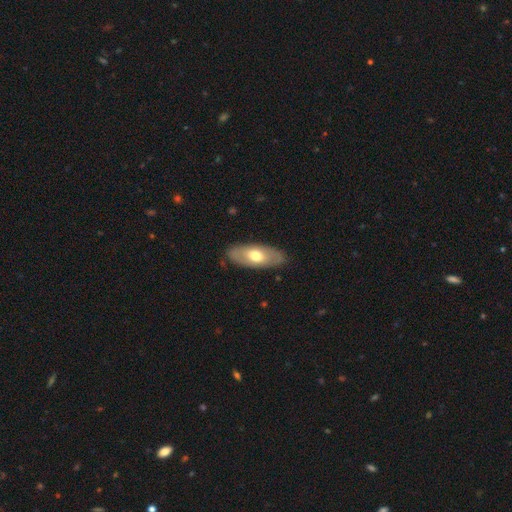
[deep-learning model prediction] This appears to be a smooth galaxy with no disk features (57%) that is in between round and cigar-shaped (86%). Merging: none (85%).